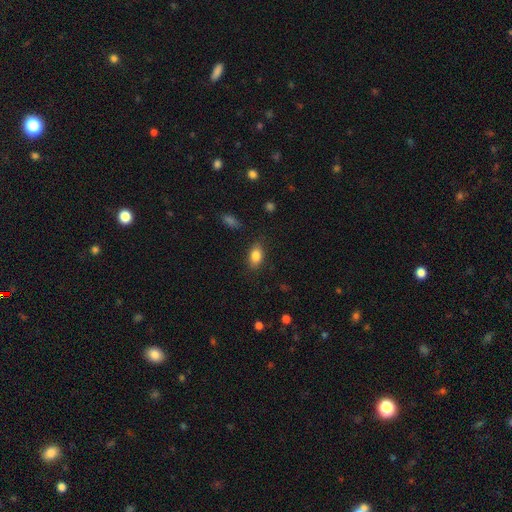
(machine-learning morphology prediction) This is clearly a smooth galaxy (83%). How rounded: clearly in between (88%). Merging: clearly none (83%).